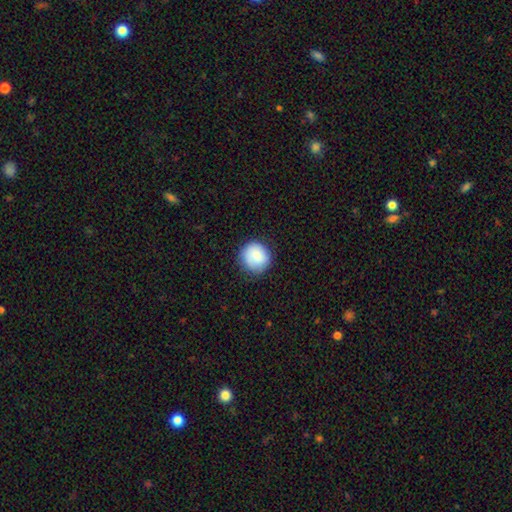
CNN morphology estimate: type=smooth (84%); roundness=round (90%); merging=none (82%).